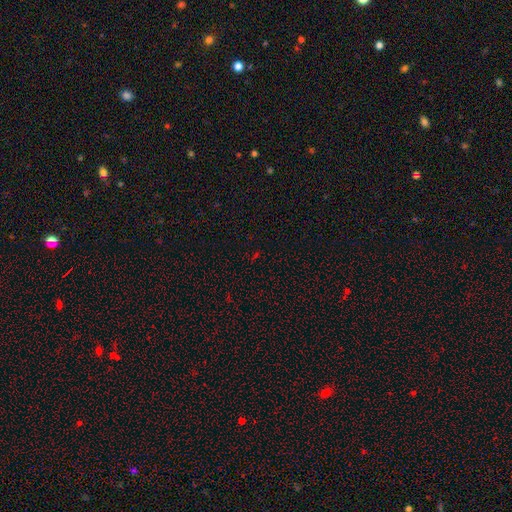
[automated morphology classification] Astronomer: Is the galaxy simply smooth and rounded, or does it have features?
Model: star or artifact — 69%.